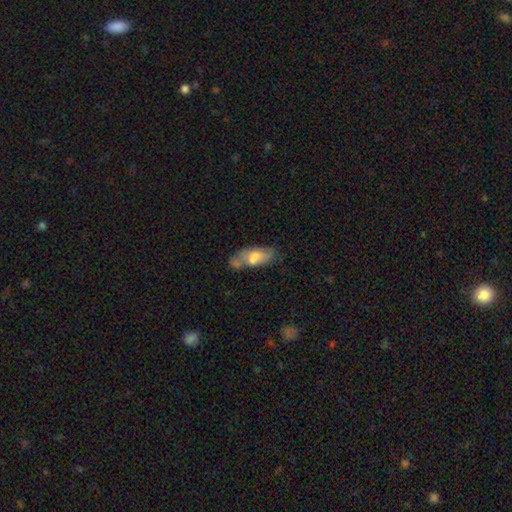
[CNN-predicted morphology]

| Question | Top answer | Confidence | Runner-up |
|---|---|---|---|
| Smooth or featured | smooth | 64% | featured or disk (28%) |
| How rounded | in between | 78% | cigar-shaped (20%) |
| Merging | none | 44% | minor disturbance (24%) |